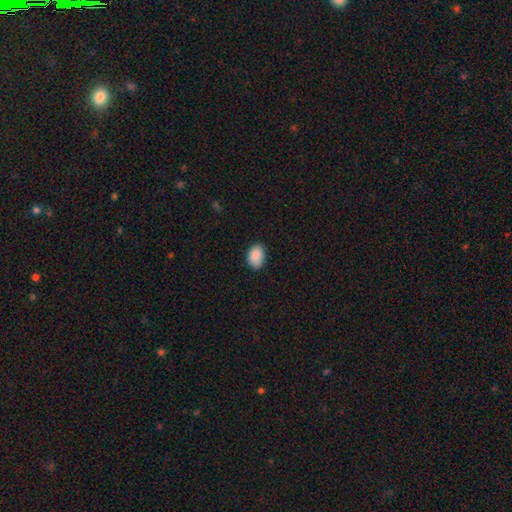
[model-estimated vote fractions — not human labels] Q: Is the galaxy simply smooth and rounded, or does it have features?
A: smooth — 90%.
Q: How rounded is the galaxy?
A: in between — 83%.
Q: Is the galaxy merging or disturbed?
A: none — 83%.